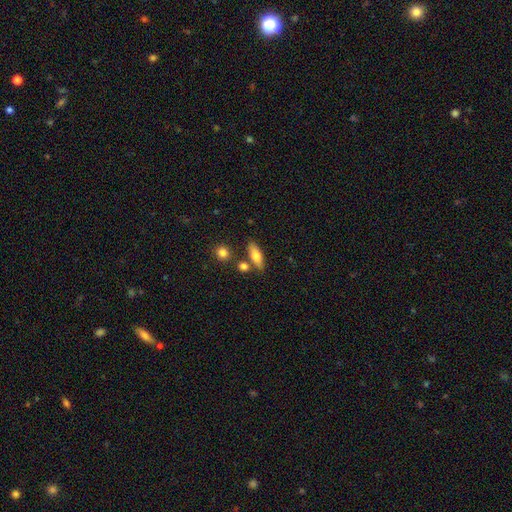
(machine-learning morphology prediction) Smooth or featured? Predicted: smooth (p=0.74). How rounded? Predicted: in between (p=0.61). Merging? Predicted: none (p=0.74).